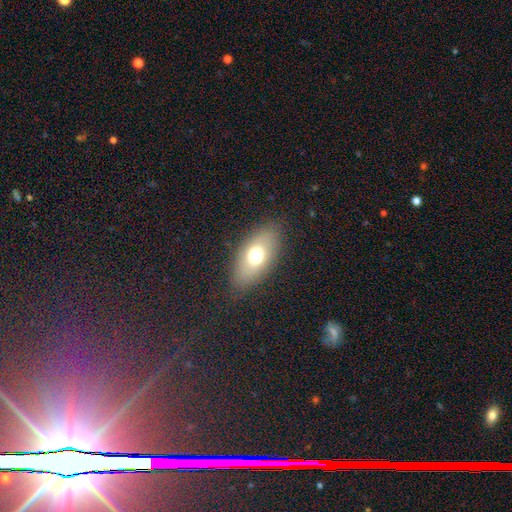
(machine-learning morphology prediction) Smooth or featured: smooth — 67% (featured or disk — 23%)
How rounded: in between — 86% (round — 8%)
Merging: none — 82% (minor disturbance — 12%)